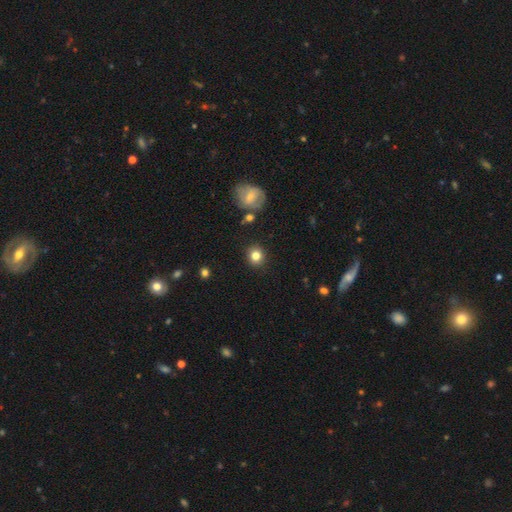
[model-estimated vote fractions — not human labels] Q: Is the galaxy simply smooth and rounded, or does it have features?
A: smooth — 81%.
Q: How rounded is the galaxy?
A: round — 86%.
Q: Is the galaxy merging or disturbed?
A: none — 88%.